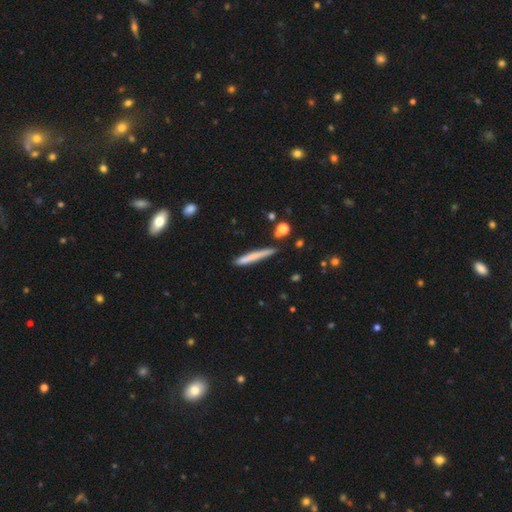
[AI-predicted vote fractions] Morphology: type=smooth (69%); roundness=cigar-shaped (95%); merging=none (80%).